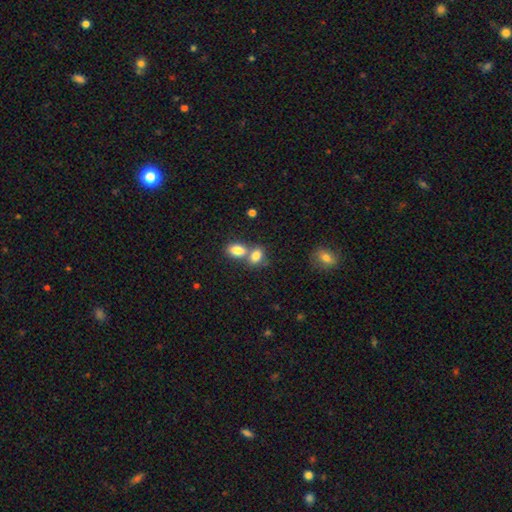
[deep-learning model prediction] A smooth galaxy with no disk features (82%) that is in between round and cigar-shaped (76%). Merging: merger (56%).